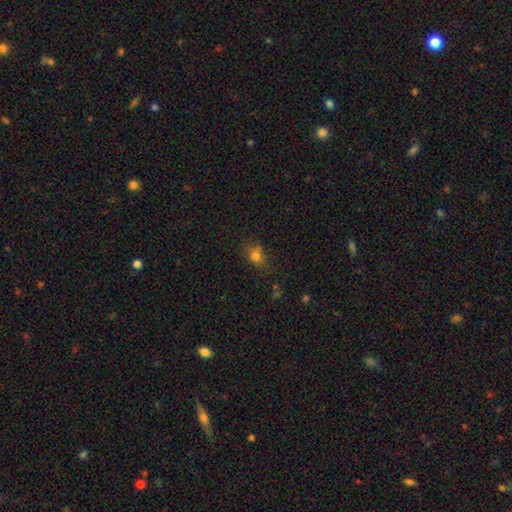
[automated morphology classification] smooth 77%, star or artifact 16%, featured or disk 7%. Down the decision tree: how rounded — round (57%); merging — none (70%).